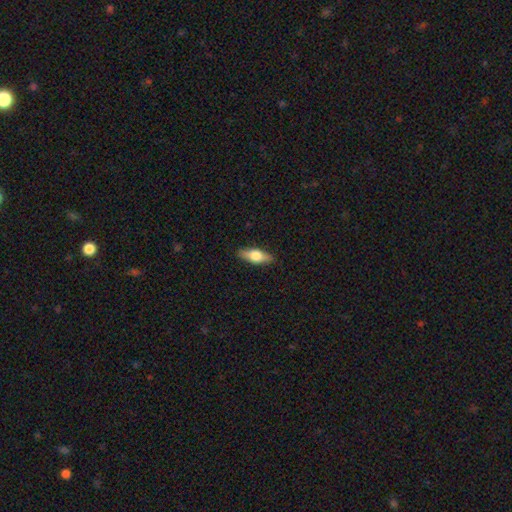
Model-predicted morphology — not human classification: smooth_or_featured: smooth (p=0.60) [alt: featured or disk p=0.34]
how_rounded: in between (p=0.66) [alt: cigar-shaped p=0.30]
merging: none (p=0.88) [alt: minor disturbance p=0.09]